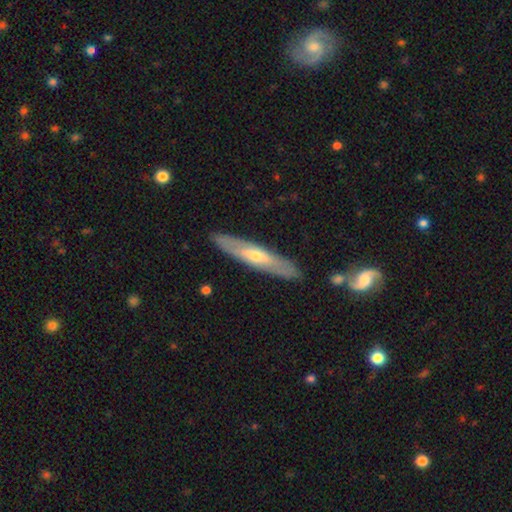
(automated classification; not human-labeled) Q: Smooth or featured?
A: featured or disk (59%); runner-up: smooth (36%)
Q: Edge-on disk?
A: yes (69%); runner-up: no (31%)
Q: Merging?
A: none (86%); runner-up: minor disturbance (10%)